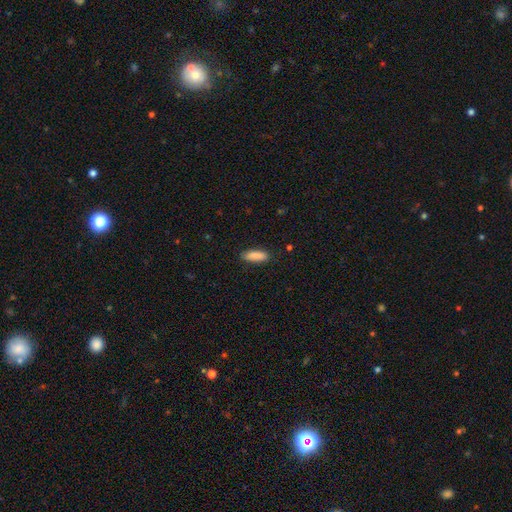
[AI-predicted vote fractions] This is clearly a smooth galaxy (89%). How rounded: possibly in between (58%). Merging: clearly none (85%).